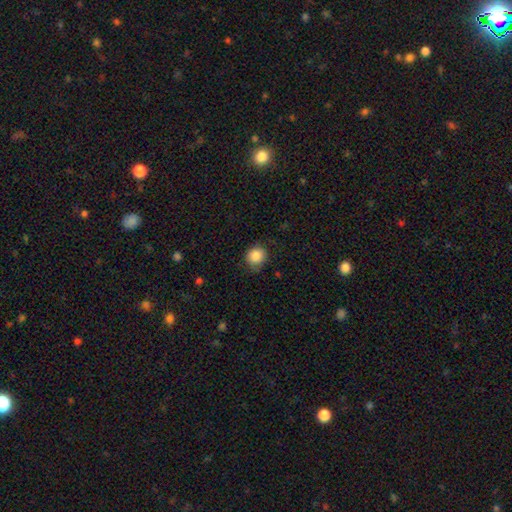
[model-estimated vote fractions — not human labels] A smooth galaxy with no disk features (86%) that is round (86%).

Vote fractions:
- Smooth or featured? smooth: 86% / star or artifact: 10% / featured or disk: 5%
- How rounded? round: 86% / in between: 13% / cigar-shaped: 1%
- Merging? none: 81% / minor disturbance: 15% / major disturbance: 3% / merger: 1%